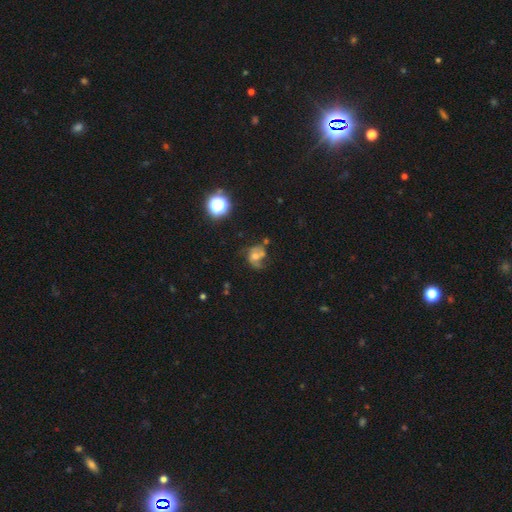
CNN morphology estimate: A featured or disk galaxy (50%). Merging: none (38%).